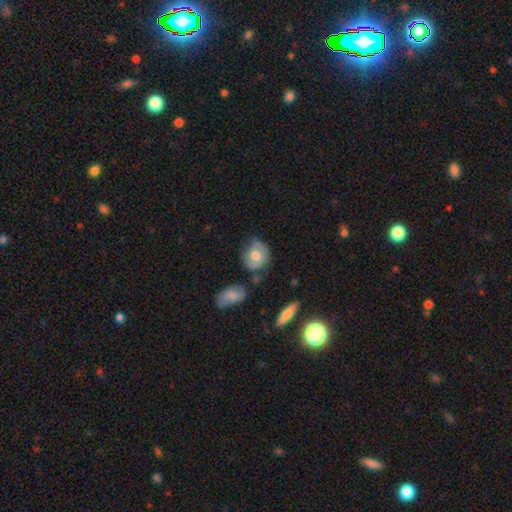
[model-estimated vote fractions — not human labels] smooth 59%, featured or disk 34%, star or artifact 7%. Down the decision tree: how rounded — round (62%); merging — none (51%).